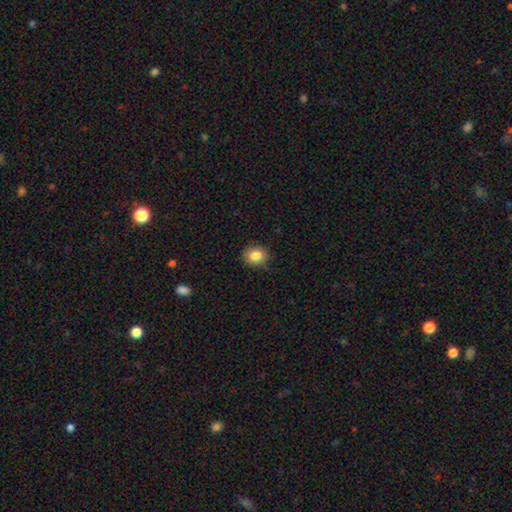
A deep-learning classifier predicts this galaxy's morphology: smooth_or_featured: smooth (p=0.84) [alt: star or artifact p=0.10]
how_rounded: round (p=0.68) [alt: in between p=0.31]
merging: none (p=0.86) [alt: minor disturbance p=0.10]